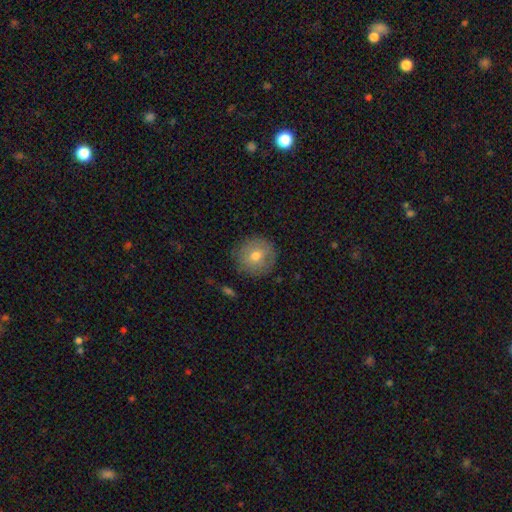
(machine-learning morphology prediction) smooth 70%, featured or disk 21%, star or artifact 9%. Down the decision tree: how rounded — round (94%); merging — none (85%).